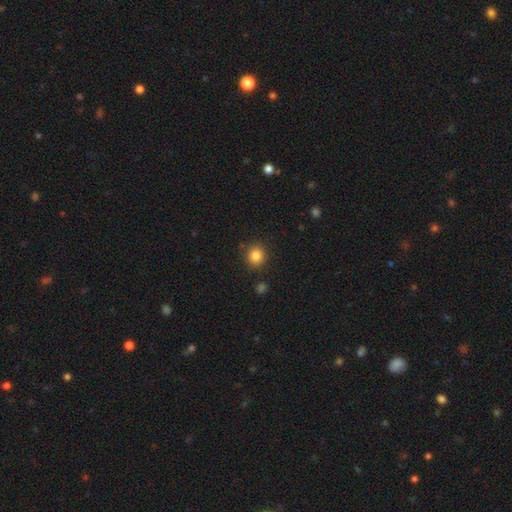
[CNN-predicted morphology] A smooth galaxy with no disk features (84%) that is round (85%).

Vote fractions:
- Smooth or featured? smooth: 84% / star or artifact: 11% / featured or disk: 5%
- How rounded? round: 85% / in between: 14% / cigar-shaped: 1%
- Merging? none: 87% / minor disturbance: 8% / merger: 3% / major disturbance: 2%